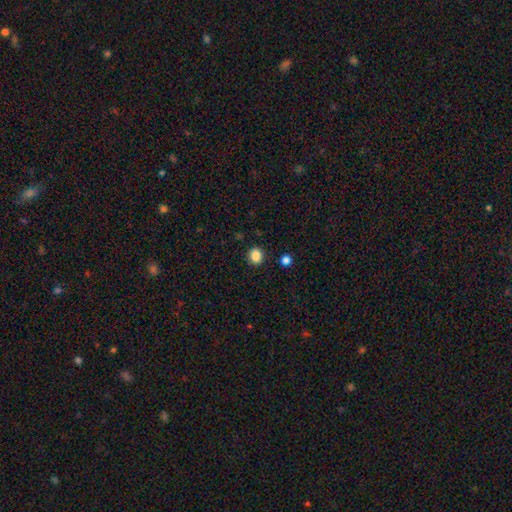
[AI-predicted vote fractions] smooth_or_featured: smooth (p=0.86) [alt: star or artifact p=0.10]
how_rounded: round (p=0.69) [alt: in between p=0.31]
merging: none (p=0.90) [alt: minor disturbance p=0.06]